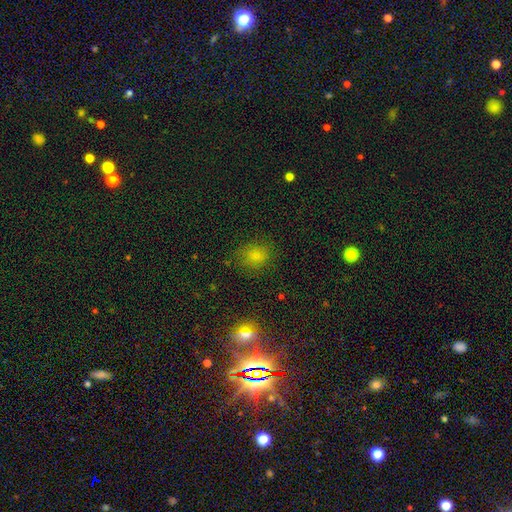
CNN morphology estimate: smooth_or_featured: smooth (p=0.62) [alt: star or artifact p=0.30]
how_rounded: round (p=0.74) [alt: in between p=0.25]
merging: none (p=0.82) [alt: minor disturbance p=0.11]